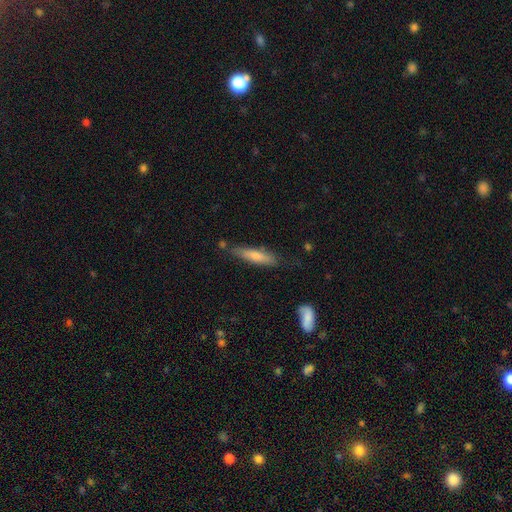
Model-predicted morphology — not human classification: smooth_or_featured: smooth (p=0.46) [alt: featured or disk p=0.41]
merging: none (p=0.77) [alt: minor disturbance p=0.16]